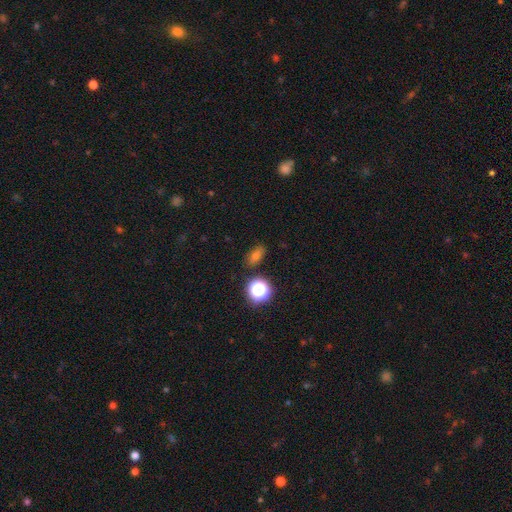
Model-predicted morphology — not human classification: Overall: smooth (65%; star or artifact 27%). How rounded: in between (71%). Merging: none (83%).